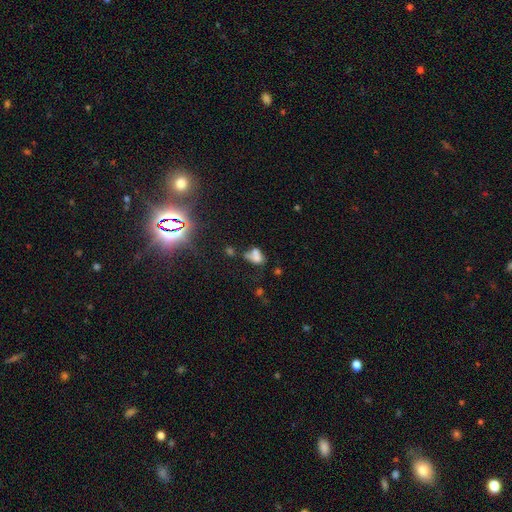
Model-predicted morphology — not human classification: Smooth or featured?
  - smooth: 61% *
  - featured or disk: 21%
  - star or artifact: 17%
How rounded?
  - in between: 76% *
  - round: 20%
  - cigar-shaped: 3%
Merging?
  - merger: 46% *
  - none: 22%
  - major disturbance: 16%
  - minor disturbance: 16%